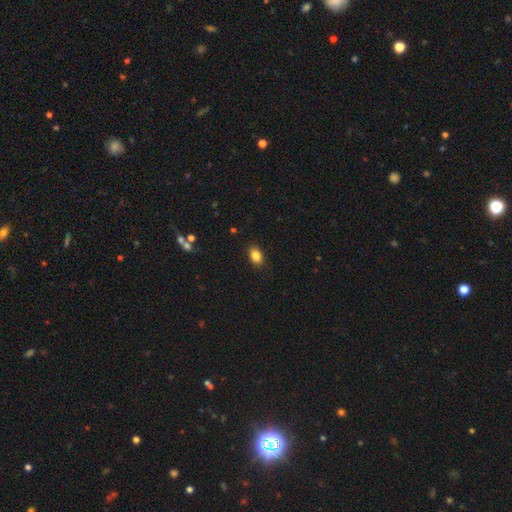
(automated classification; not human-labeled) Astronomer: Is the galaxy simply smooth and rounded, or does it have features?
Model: smooth — 85%.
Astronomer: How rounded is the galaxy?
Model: in between — 81%.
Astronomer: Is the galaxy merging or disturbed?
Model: none — 87%.